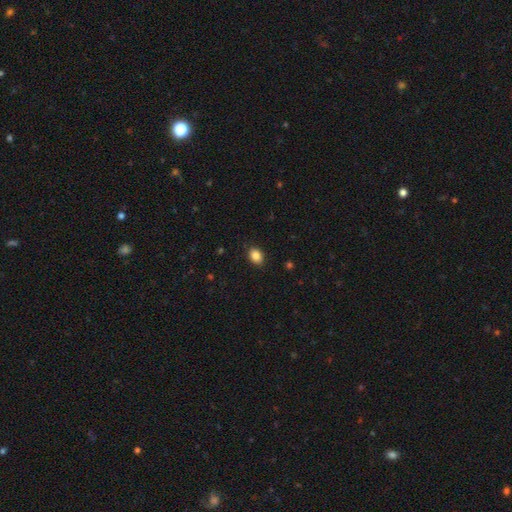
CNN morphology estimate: A smooth galaxy with no disk features (87%) that is in between round and cigar-shaped (74%).

Vote fractions:
- Smooth or featured? smooth: 87% / star or artifact: 9% / featured or disk: 5%
- How rounded? in between: 74% / round: 25% / cigar-shaped: 1%
- Merging? none: 87% / minor disturbance: 10% / major disturbance: 2% / merger: 1%